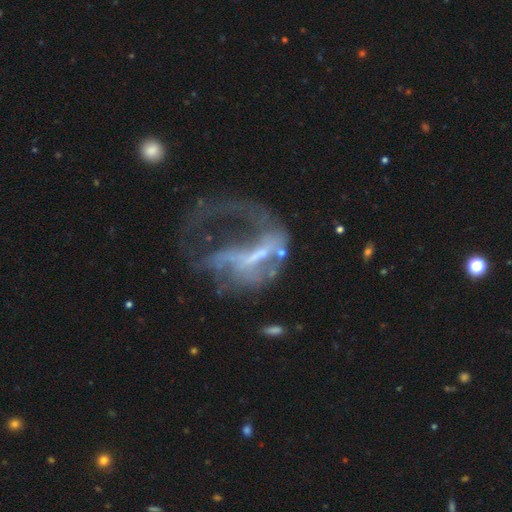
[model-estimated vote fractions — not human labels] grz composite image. It shows a featured or disk galaxy (72%) with no bar (38%), spiral arms (51%) and no central bulge (44%). Merging: major disturbance (58%).